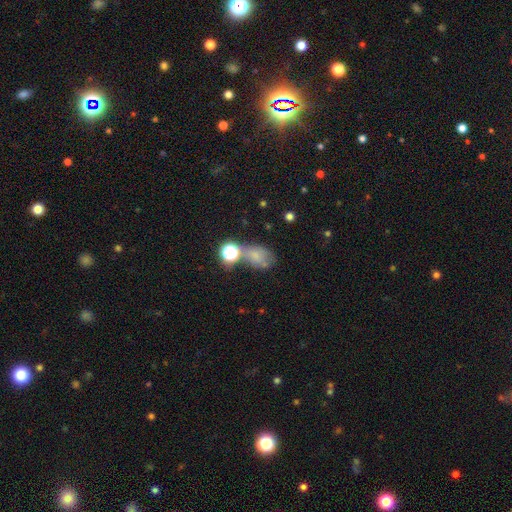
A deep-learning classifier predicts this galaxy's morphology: Smooth or featured? smooth (61%)
How rounded? in between (69%)
Merging? none (38%)